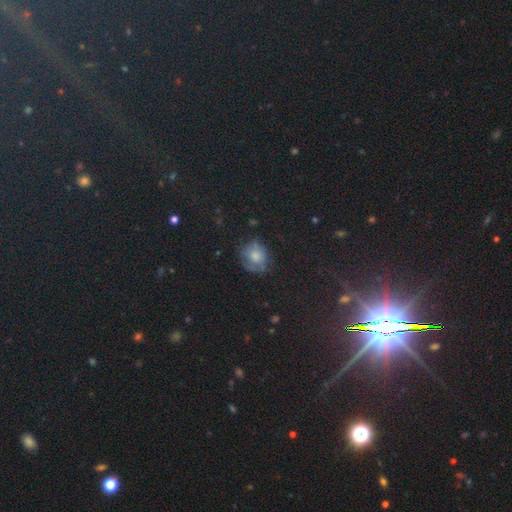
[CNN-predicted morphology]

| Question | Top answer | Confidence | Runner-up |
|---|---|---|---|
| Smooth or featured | smooth | 57% | star or artifact (23%) |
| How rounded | round | 77% | in between (22%) |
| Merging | none | 63% | minor disturbance (23%) |